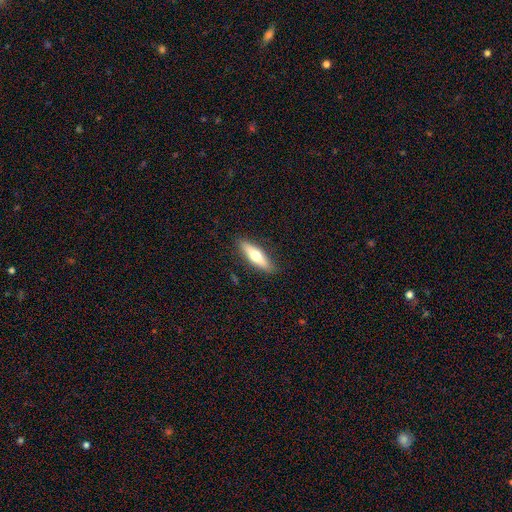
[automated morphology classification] smooth_or_featured: smooth (p=0.55) [alt: featured or disk p=0.39]
how_rounded: cigar-shaped (p=0.62) [alt: in between p=0.36]
merging: none (p=0.88) [alt: minor disturbance p=0.09]